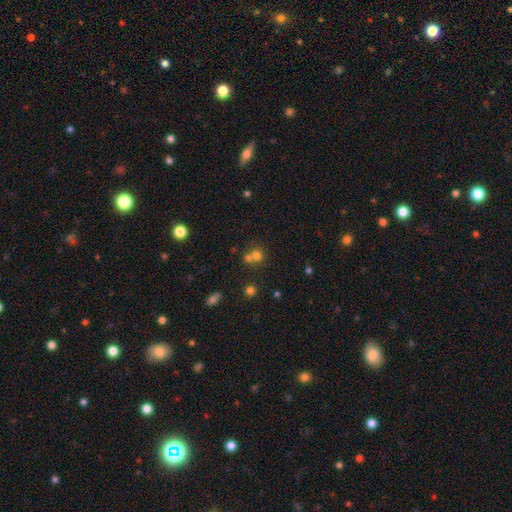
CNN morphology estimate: type=smooth (69%); roundness=round (85%); merging=none (46%).